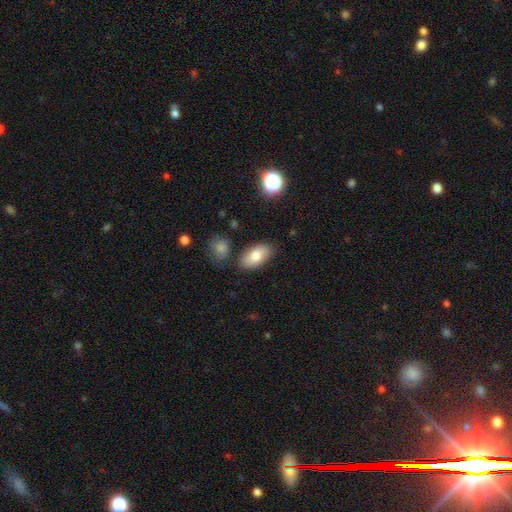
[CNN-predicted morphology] Smooth or featured: smooth — 78% (featured or disk — 14%)
How rounded: in between — 93% (round — 4%)
Merging: none — 82% (minor disturbance — 11%)